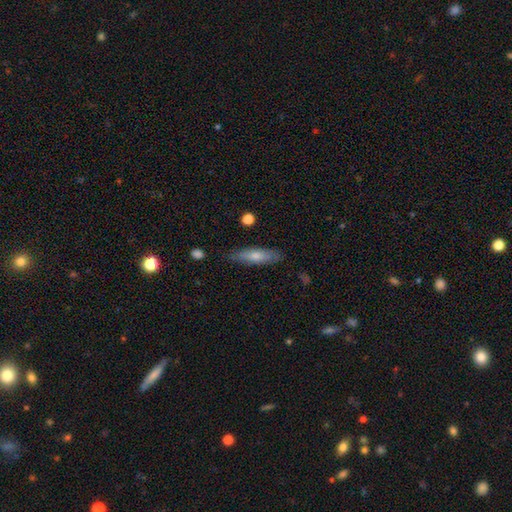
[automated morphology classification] Overall: smooth (60%; featured or disk 34%). How rounded: cigar-shaped (76%). Merging: none (85%).